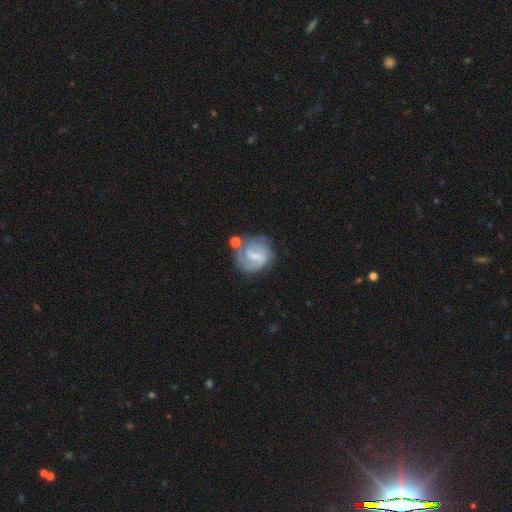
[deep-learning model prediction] This appears to be a featured or disk galaxy (68%) with a weak bar (50%), 2 (56%) medium (40%) spiral arms (81%) and a small central bulge (42%). Merging: none (48%).